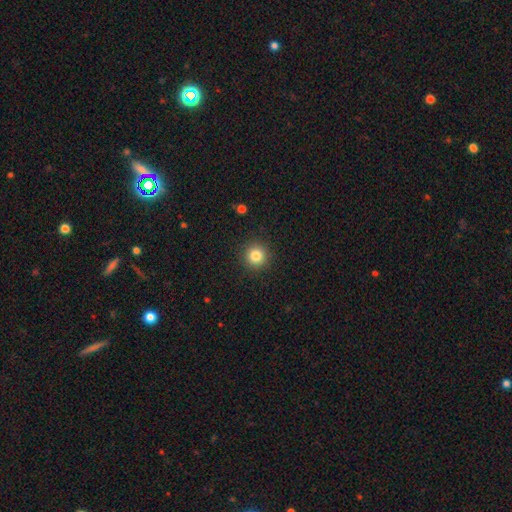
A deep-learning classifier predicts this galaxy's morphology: smooth-or-featured: smooth: 82% | star or artifact: 12% | featured or disk: 7%
  how-rounded: round: 95% | in between: 4% | cigar-shaped: 1%
  merging: none: 91% | minor disturbance: 5% | major disturbance: 2% | merger: 1%